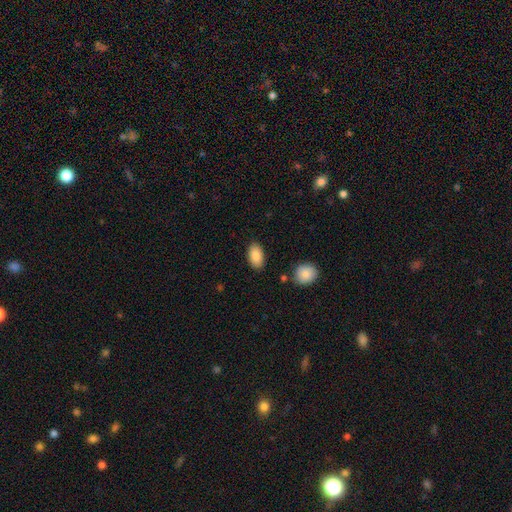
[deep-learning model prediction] smooth-or-featured: smooth: 88% | star or artifact: 7% | featured or disk: 6%
  how-rounded: in between: 94% | round: 5% | cigar-shaped: 2%
  merging: none: 86% | minor disturbance: 9% | major disturbance: 2% | merger: 2%